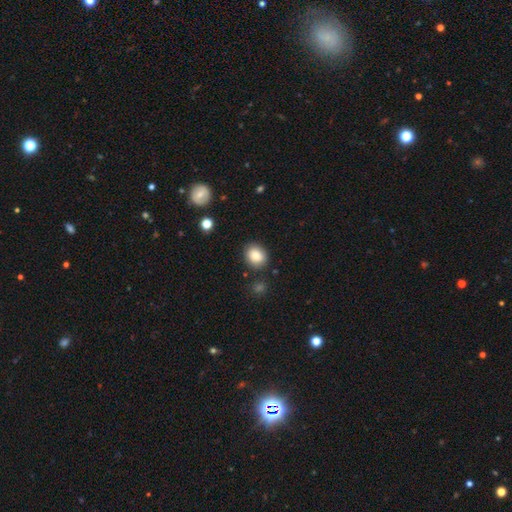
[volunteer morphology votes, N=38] A smooth galaxy with no disk features (84%) that is round (56%).

Vote fractions:
- Smooth or featured? smooth: 84% / featured or disk: 11% / star or artifact: 5%
- How rounded? round: 56% / in between: 41% / cigar-shaped: 3%
- Merging? none: 78% / minor disturbance: 17% / merger: 6% / major disturbance: 0%